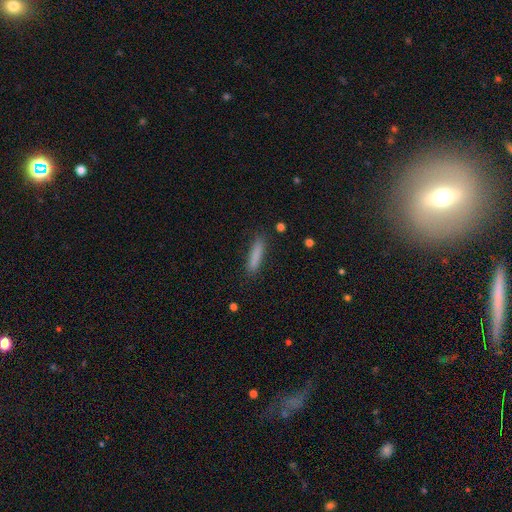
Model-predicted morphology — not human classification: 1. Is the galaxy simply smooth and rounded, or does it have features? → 83% smooth, 9% featured or disk, 8% star or artifact.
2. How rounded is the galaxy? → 86% cigar-shaped, 13% in between, 1% round.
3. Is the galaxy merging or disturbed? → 85% none, 11% minor disturbance, 3% major disturbance, 2% merger.